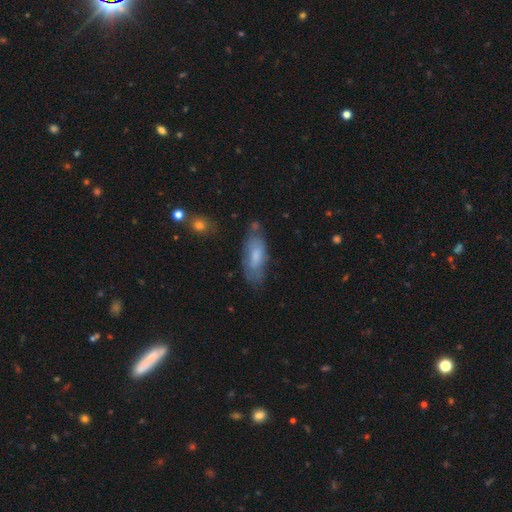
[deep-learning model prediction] Smooth or featured?
  - smooth: 66% *
  - featured or disk: 27%
  - star or artifact: 7%
How rounded?
  - in between: 77% *
  - cigar-shaped: 21%
  - round: 2%
Merging?
  - none: 63% *
  - minor disturbance: 25%
  - major disturbance: 8%
  - merger: 4%